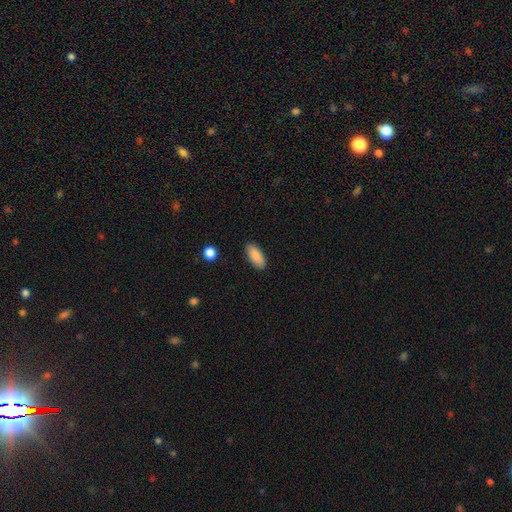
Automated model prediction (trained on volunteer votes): Smooth or featured?
  - smooth: 89% *
  - star or artifact: 6%
  - featured or disk: 5%
How rounded?
  - in between: 87% *
  - cigar-shaped: 11%
  - round: 2%
Merging?
  - none: 88% *
  - minor disturbance: 9%
  - major disturbance: 2%
  - merger: 1%